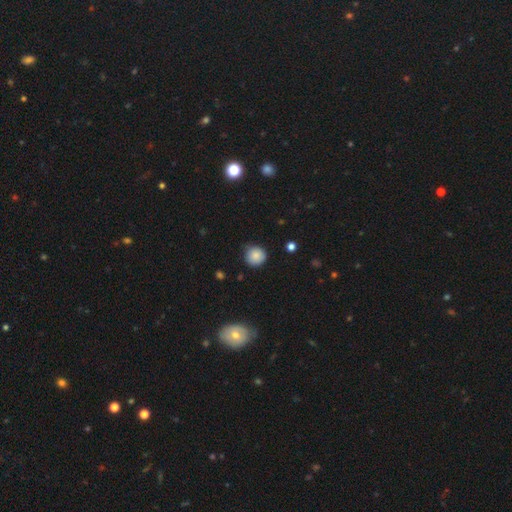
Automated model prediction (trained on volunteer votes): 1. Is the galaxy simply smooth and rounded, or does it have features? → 85% smooth, 9% star or artifact, 6% featured or disk.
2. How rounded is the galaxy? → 92% round, 7% in between, 1% cigar-shaped.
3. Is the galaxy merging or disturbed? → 75% none, 20% minor disturbance, 3% major disturbance, 1% merger.